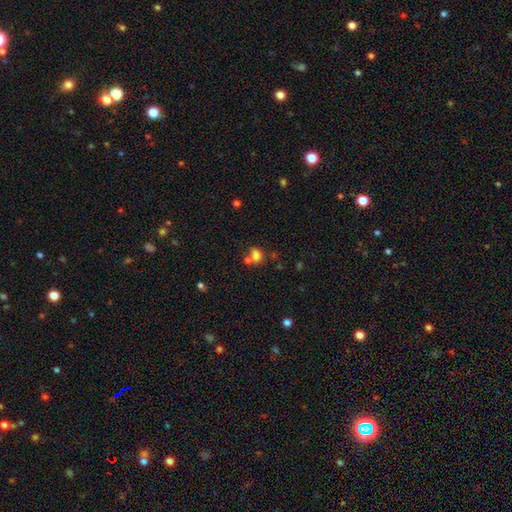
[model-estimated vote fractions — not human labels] Smooth or featured?
  - smooth: 75% *
  - star or artifact: 15%
  - featured or disk: 10%
How rounded?
  - in between: 58% *
  - round: 40%
  - cigar-shaped: 2%
Merging?
  - none: 40% *
  - merger: 39%
  - minor disturbance: 13%
  - major disturbance: 7%